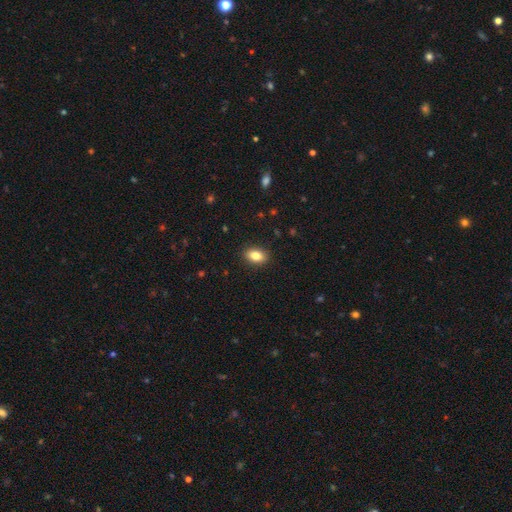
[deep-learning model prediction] The model was most divided on "how rounded": in between: 85%, round: 14%, cigar-shaped: 2%. More confident: merging — none (89%); smooth or featured — smooth (83%).